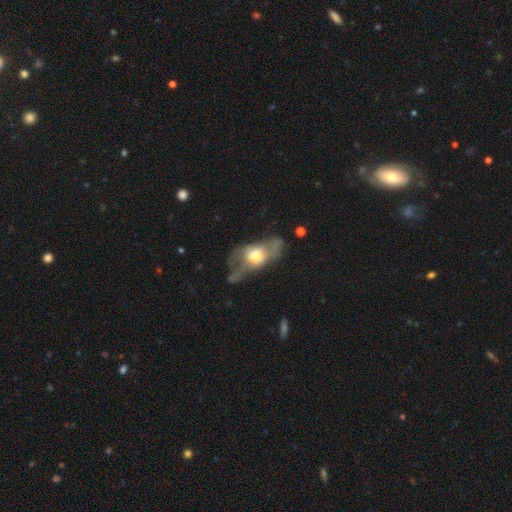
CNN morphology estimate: This appears to be a featured or disk galaxy (57%). Merging: major disturbance (38%).